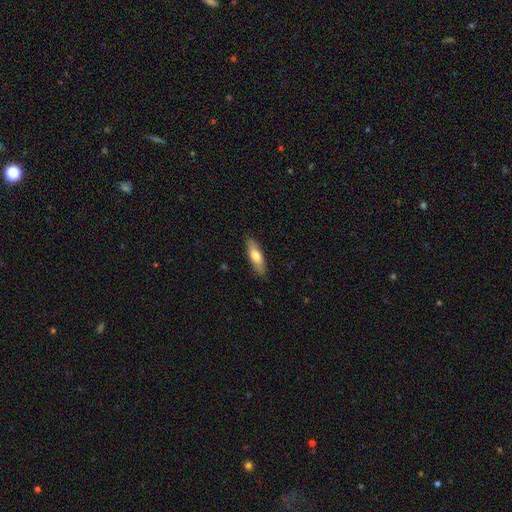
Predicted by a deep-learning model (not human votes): Smooth or featured?
  - smooth: 70% *
  - featured or disk: 24%
  - star or artifact: 6%
How rounded?
  - cigar-shaped: 51% *
  - in between: 47%
  - round: 2%
Merging?
  - none: 87% *
  - minor disturbance: 10%
  - major disturbance: 2%
  - merger: 1%